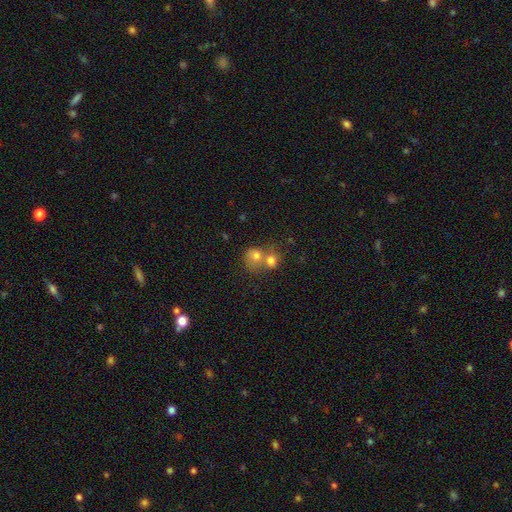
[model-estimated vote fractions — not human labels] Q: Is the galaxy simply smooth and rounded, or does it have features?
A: smooth — 75%.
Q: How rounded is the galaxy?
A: round — 71%.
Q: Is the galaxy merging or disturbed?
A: merger — 62%.